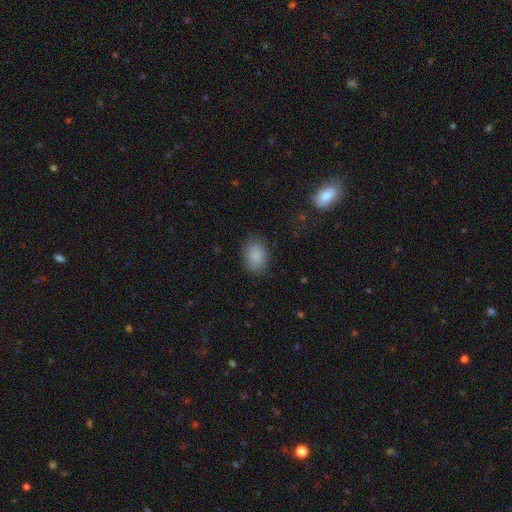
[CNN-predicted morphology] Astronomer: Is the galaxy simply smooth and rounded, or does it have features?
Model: smooth — 87%.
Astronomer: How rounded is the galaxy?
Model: in between — 76%.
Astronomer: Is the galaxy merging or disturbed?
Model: none — 84%.